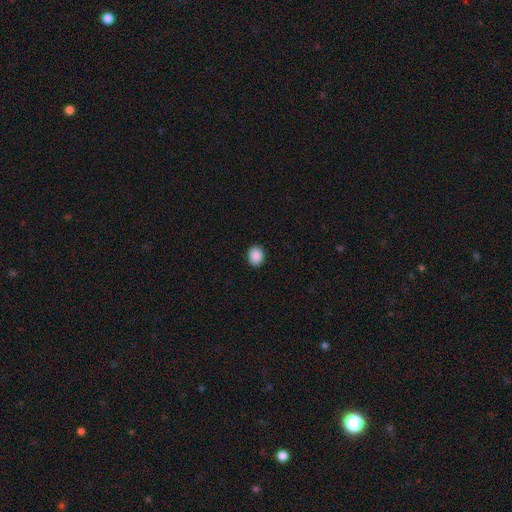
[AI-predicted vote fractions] A smooth galaxy with no disk features (90%) that is round (60%). Merging: none (91%).